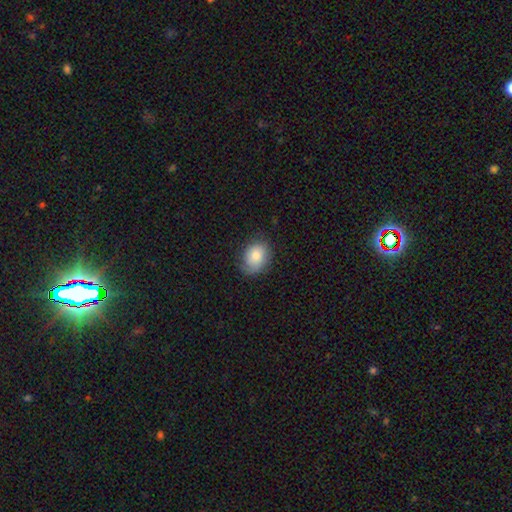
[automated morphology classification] Overall: smooth (80%). How rounded: in between (65%; round 34%). Merging: none (70%).